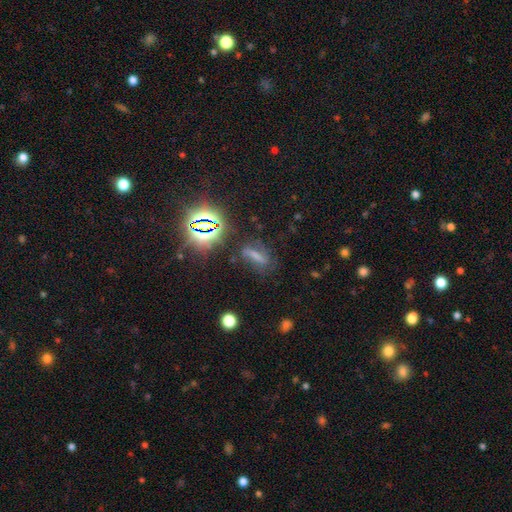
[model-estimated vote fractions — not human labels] The model was most divided on "smooth or featured": smooth: 47%, star or artifact: 32%, featured or disk: 21%. More confident: merging — none (59%).